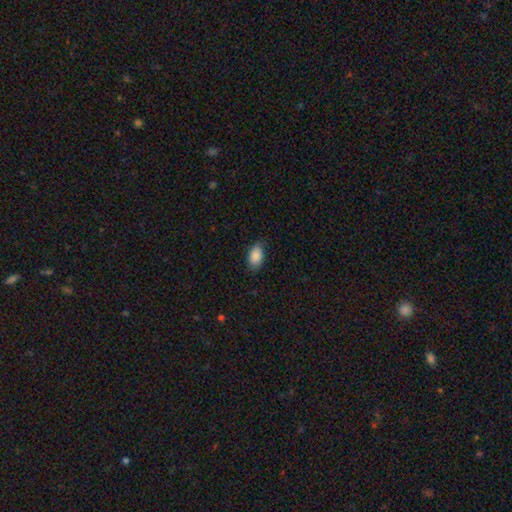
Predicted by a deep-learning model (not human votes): This appears to be a smooth galaxy with no disk features (88%) that is in between round and cigar-shaped (92%). Merging: none (78%).